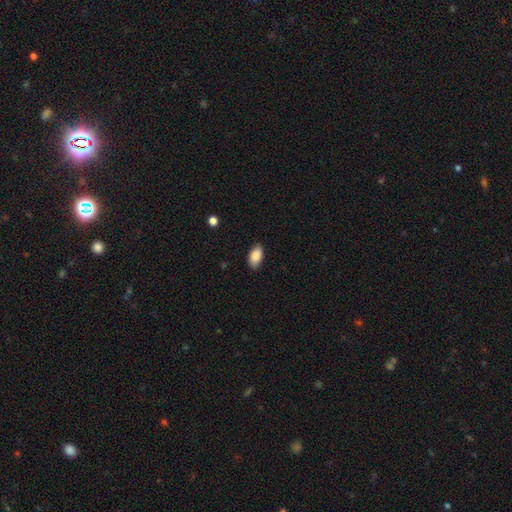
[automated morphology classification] Smooth or featured: smooth — 89% (star or artifact — 7%)
How rounded: in between — 94% (round — 4%)
Merging: none — 83% (minor disturbance — 14%)